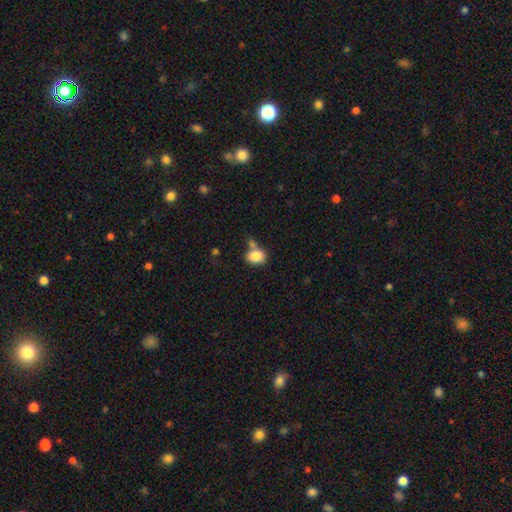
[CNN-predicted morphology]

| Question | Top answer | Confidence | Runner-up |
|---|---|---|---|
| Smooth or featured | smooth | 84% | star or artifact (8%) |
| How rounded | in between | 65% | round (34%) |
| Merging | none | 55% | merger (25%) |